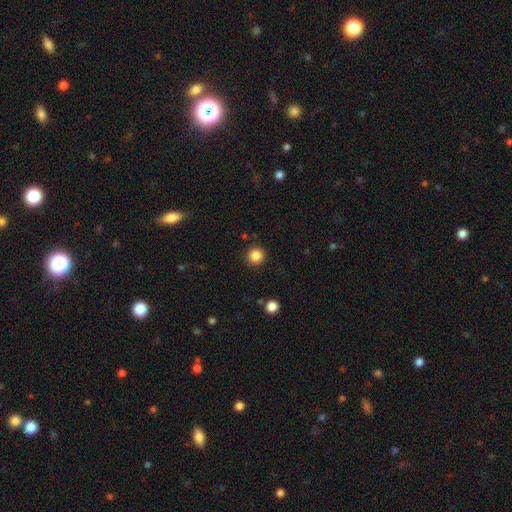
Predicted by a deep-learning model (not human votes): Smooth or featured?
  - smooth: 85% *
  - star or artifact: 11%
  - featured or disk: 4%
How rounded?
  - round: 95% *
  - in between: 4%
  - cigar-shaped: 1%
Merging?
  - none: 92% *
  - minor disturbance: 5%
  - major disturbance: 2%
  - merger: 1%